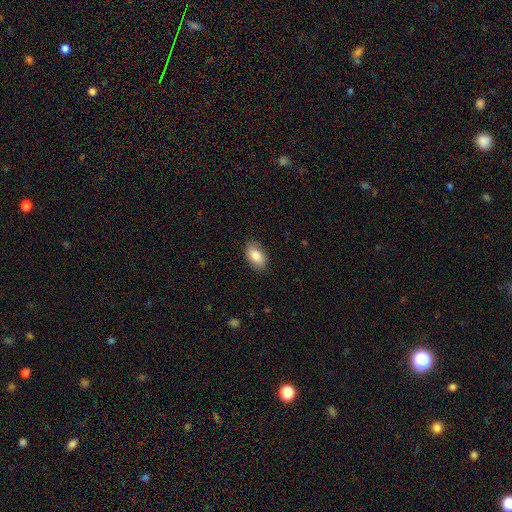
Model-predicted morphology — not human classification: A smooth galaxy with no disk features (83%) that is in between round and cigar-shaped (93%).

Vote fractions:
- Smooth or featured? smooth: 83% / featured or disk: 11% / star or artifact: 7%
- How rounded? in between: 93% / round: 6% / cigar-shaped: 2%
- Merging? none: 86% / minor disturbance: 11% / major disturbance: 2% / merger: 1%